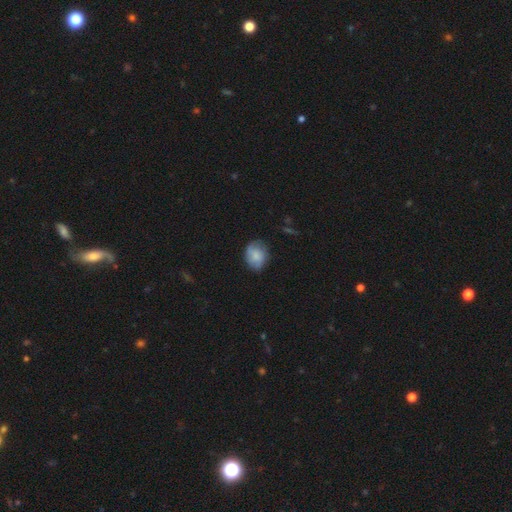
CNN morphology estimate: Overall: smooth (77%). How rounded: in between (57%; round 42%). Merging: none (70%).